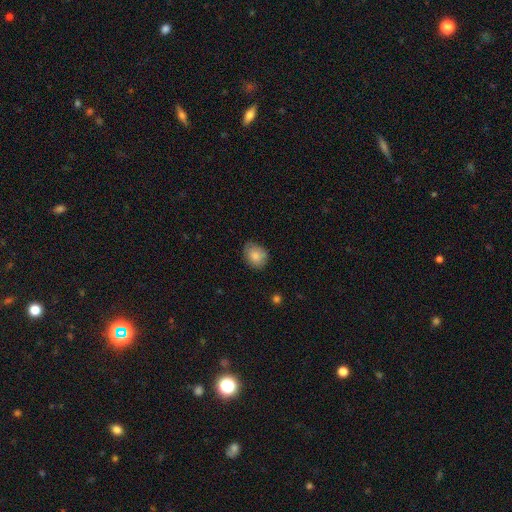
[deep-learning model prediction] smooth_or_featured: smooth (p=0.82) [alt: featured or disk p=0.11]
how_rounded: in between (p=0.53) [alt: round p=0.46]
merging: none (p=0.71) [alt: minor disturbance p=0.24]